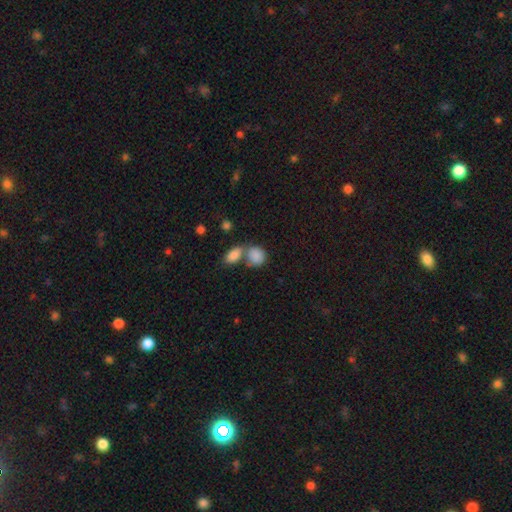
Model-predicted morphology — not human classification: The model was most divided on "how rounded": round: 53%, in between: 45%, cigar-shaped: 2%. Remaining: smooth or featured — smooth (86%); merging — merger (48%).